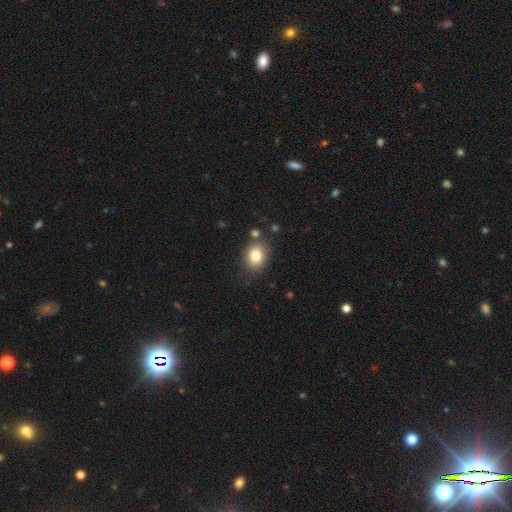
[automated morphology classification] A smooth galaxy with no disk features (80%) that is round (55%).

Vote fractions:
- Smooth or featured? smooth: 80% / star or artifact: 11% / featured or disk: 9%
- How rounded? round: 55% / in between: 44% / cigar-shaped: 1%
- Merging? none: 78% / minor disturbance: 13% / merger: 6% / major disturbance: 4%